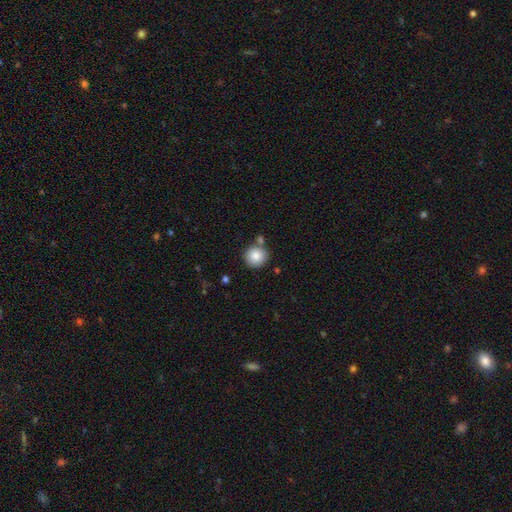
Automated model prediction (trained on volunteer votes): smooth 84%, star or artifact 9%, featured or disk 7%. Down the decision tree: how rounded — round (93%); merging — none (76%).